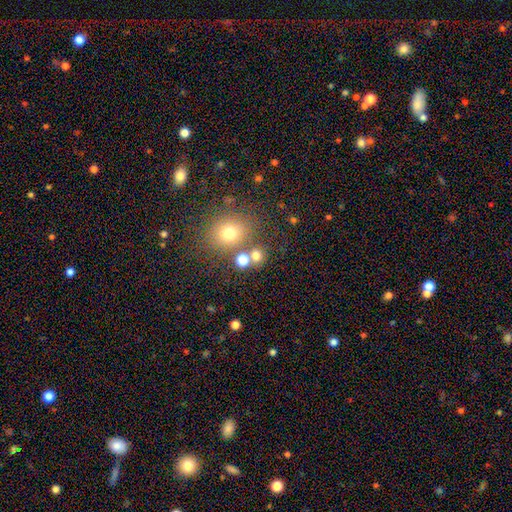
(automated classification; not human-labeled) Smooth or featured: smooth — 71% (star or artifact — 20%)
How rounded: round — 84% (in between — 14%)
Merging: none — 66% (merger — 21%)